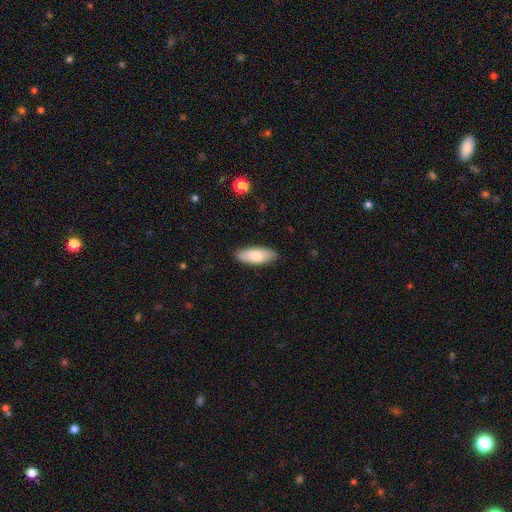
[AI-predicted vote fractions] Smooth or featured: smooth — 79% (featured or disk — 15%)
How rounded: in between — 76% (cigar-shaped — 22%)
Merging: none — 86% (minor disturbance — 11%)